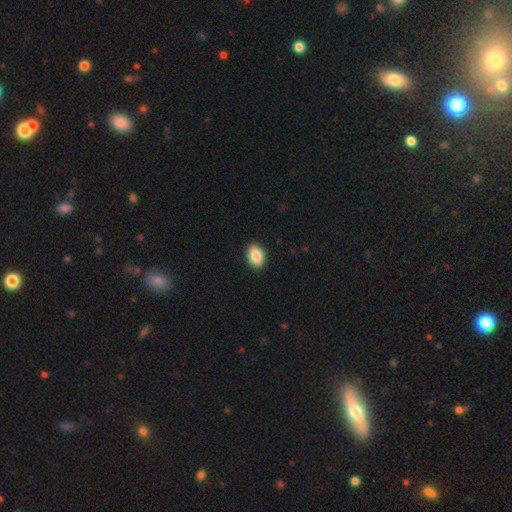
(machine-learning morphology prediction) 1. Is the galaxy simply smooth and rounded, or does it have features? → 87% smooth, 7% star or artifact, 6% featured or disk.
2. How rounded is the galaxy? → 86% in between, 13% round, 1% cigar-shaped.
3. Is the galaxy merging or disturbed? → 91% none, 7% minor disturbance, 2% major disturbance, 1% merger.